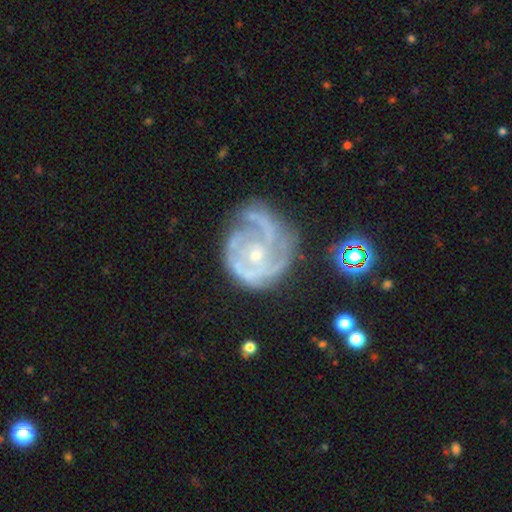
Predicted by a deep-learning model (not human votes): Smooth or featured: featured or disk — 85% (smooth — 8%)
Edge-on disk: no — 98% (yes — 2%)
Bar: no — 76% (weak — 20%)
Spiral arms: yes — 92% (no — 8%)
Spiral winding: tight — 55% (medium — 34%)
Spiral arm count: 3 — 28% (can't tell — 26%)
Bulge size: small — 68% (moderate — 27%)
Merging: none — 50% (minor disturbance — 25%)